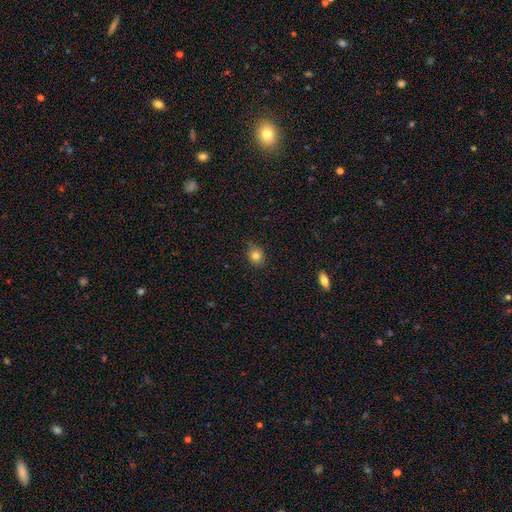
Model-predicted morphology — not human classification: The model was most divided on "how rounded": round: 70%, in between: 29%, cigar-shaped: 1%. More confident: merging — none (85%); smooth or featured — smooth (81%).